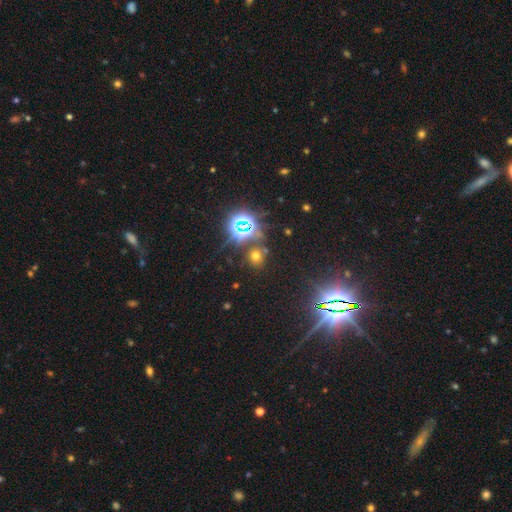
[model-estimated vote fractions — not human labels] smooth-or-featured: smooth: 51% | star or artifact: 42% | featured or disk: 8%
  how-rounded: round: 81% | in between: 18% | cigar-shaped: 1%
  merging: none: 80% | minor disturbance: 9% | merger: 7% | major disturbance: 4%